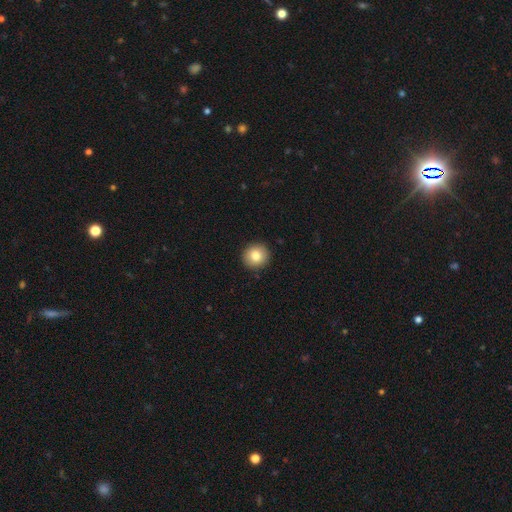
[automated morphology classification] This is clearly a smooth galaxy (83%). How rounded: clearly round (93%). Merging: clearly none (92%).